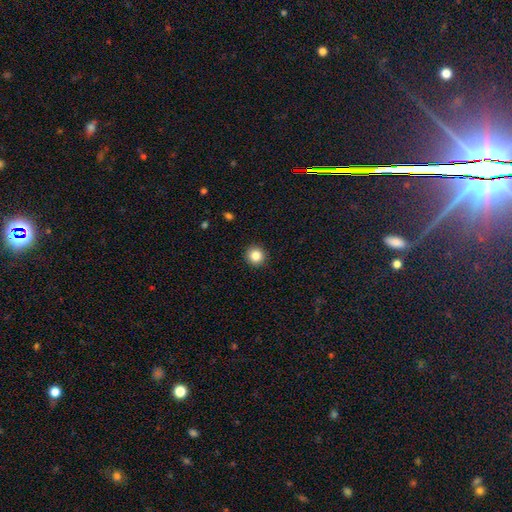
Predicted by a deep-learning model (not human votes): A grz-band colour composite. It shows a smooth galaxy with no disk features (84%) that is round (94%). Merging: none (92%).